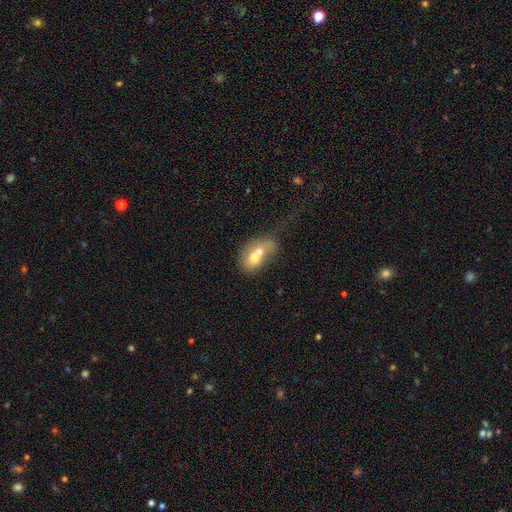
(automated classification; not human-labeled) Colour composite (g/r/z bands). It shows a smooth galaxy with no disk features (61%) that is in between round and cigar-shaped (71%). Merging: merger (71%).